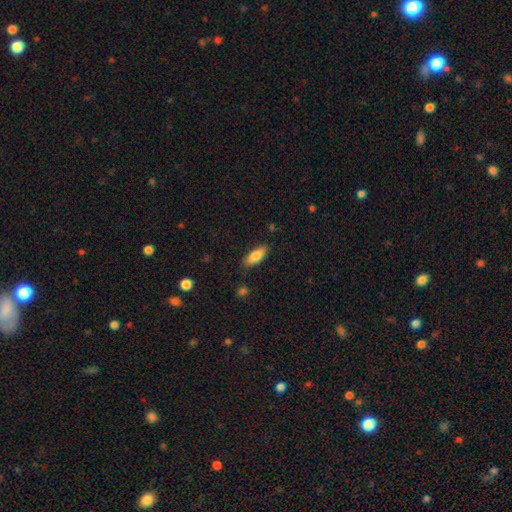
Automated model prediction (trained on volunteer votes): smooth 80%, featured or disk 13%, star or artifact 7%. Down the decision tree: how rounded — in between (72%); merging — none (84%).